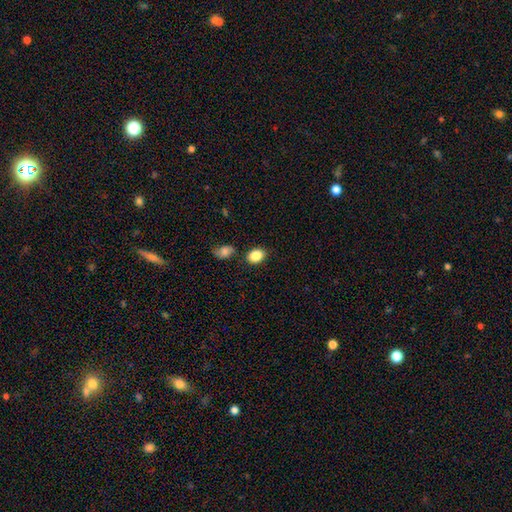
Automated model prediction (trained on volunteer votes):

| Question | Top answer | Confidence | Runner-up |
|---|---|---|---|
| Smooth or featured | smooth | 86% | star or artifact (8%) |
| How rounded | in between | 66% | round (33%) |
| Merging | none | 79% | minor disturbance (12%) |